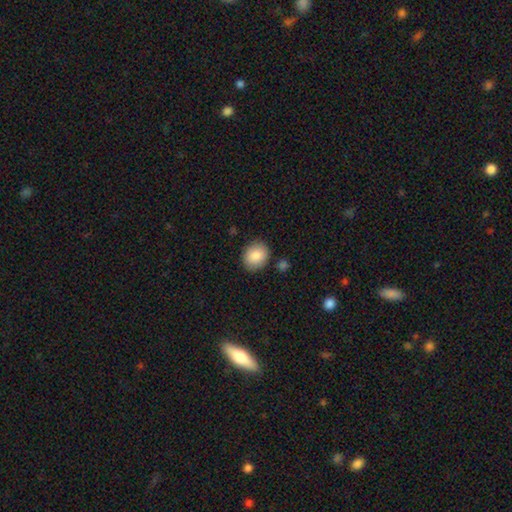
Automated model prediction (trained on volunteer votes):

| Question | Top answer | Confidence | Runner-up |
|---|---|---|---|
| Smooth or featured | smooth | 88% | star or artifact (7%) |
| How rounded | round | 63% | in between (36%) |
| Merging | none | 85% | minor disturbance (10%) |